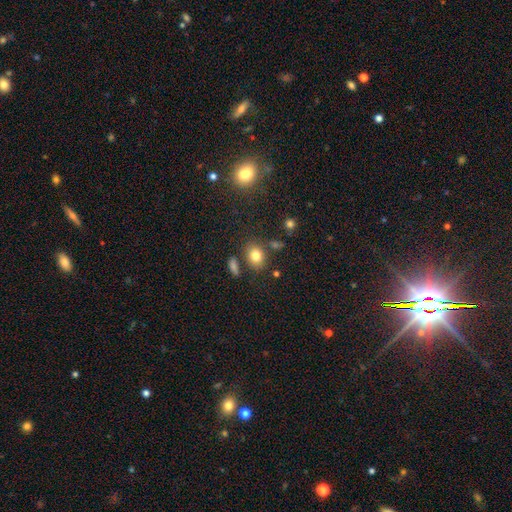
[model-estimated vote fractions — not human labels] Smooth or featured?
  - smooth: 80% *
  - star or artifact: 12%
  - featured or disk: 9%
How rounded?
  - round: 49% * (tied)
  - in between: 49% * (tied)
  - cigar-shaped: 1%
Merging?
  - none: 75% *
  - minor disturbance: 13%
  - merger: 9%
  - major disturbance: 4%